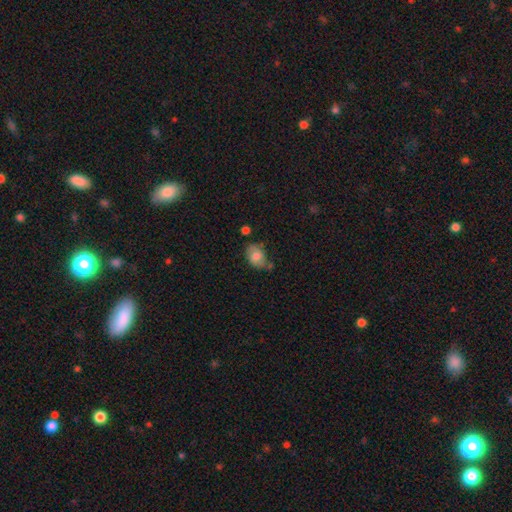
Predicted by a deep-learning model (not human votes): smooth-or-featured: smooth: 64% | featured or disk: 27% | star or artifact: 9%
  how-rounded: in between: 74% | round: 25% | cigar-shaped: 1%
  merging: none: 50% | minor disturbance: 30% | merger: 10% | major disturbance: 10%